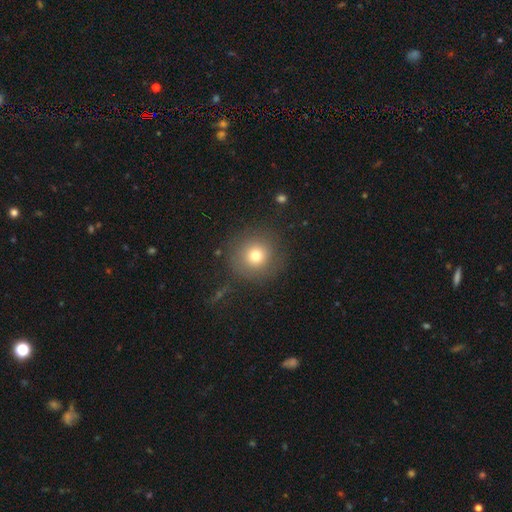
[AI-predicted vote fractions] Morphology: type=smooth (73%); roundness=round (94%); merging=none (85%).